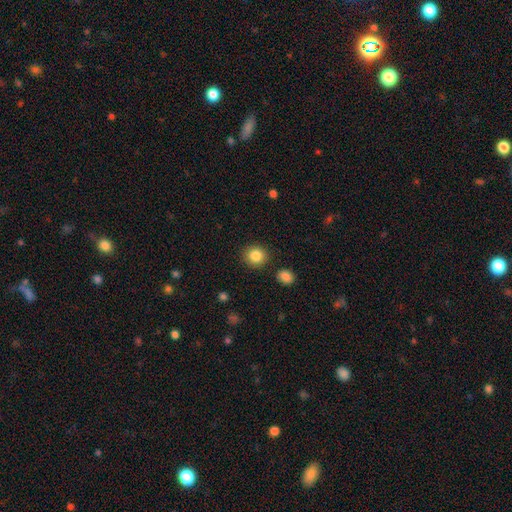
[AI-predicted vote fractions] Smooth or featured: smooth — 86% (star or artifact — 9%)
How rounded: round — 86% (in between — 13%)
Merging: none — 88% (minor disturbance — 7%)